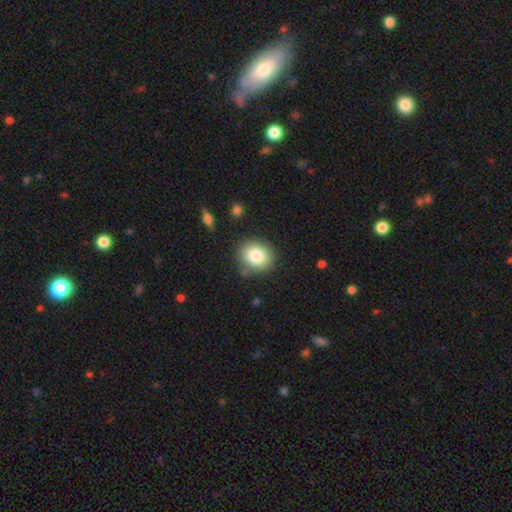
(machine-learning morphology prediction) A smooth galaxy with no disk features (83%) that is round (69%).

Vote fractions:
- Smooth or featured? smooth: 83% / star or artifact: 9% / featured or disk: 8%
- How rounded? round: 69% / in between: 30% / cigar-shaped: 1%
- Merging? none: 85% / minor disturbance: 10% / major disturbance: 3% / merger: 3%